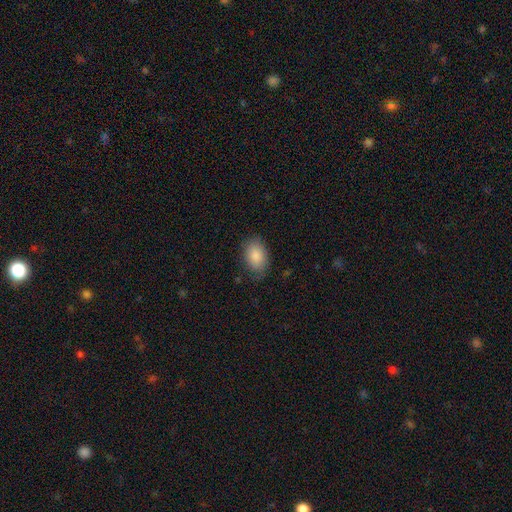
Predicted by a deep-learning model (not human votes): Smooth or featured?
  - smooth: 87% *
  - star or artifact: 7%
  - featured or disk: 7%
How rounded?
  - in between: 87% *
  - round: 11%
  - cigar-shaped: 1%
Merging?
  - none: 79% *
  - minor disturbance: 16%
  - major disturbance: 4%
  - merger: 1%